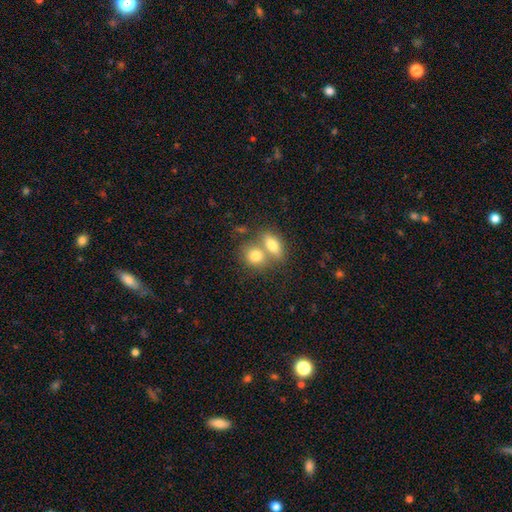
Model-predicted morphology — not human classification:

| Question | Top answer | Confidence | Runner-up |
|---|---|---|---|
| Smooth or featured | smooth | 79% | featured or disk (14%) |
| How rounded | in between | 53% | round (44%) |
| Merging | merger | 55% | none (34%) |